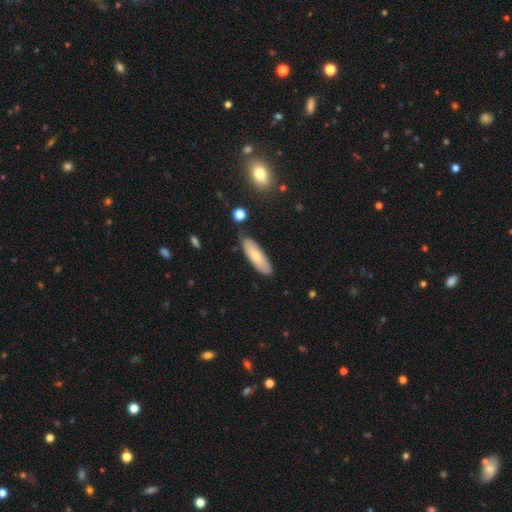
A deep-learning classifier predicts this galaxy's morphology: Smooth or featured?
  - smooth: 66% *
  - featured or disk: 27%
  - star or artifact: 7%
How rounded?
  - in between: 52% *
  - cigar-shaped: 46%
  - round: 2%
Merging?
  - none: 77% *
  - minor disturbance: 17%
  - major disturbance: 3%
  - merger: 3%